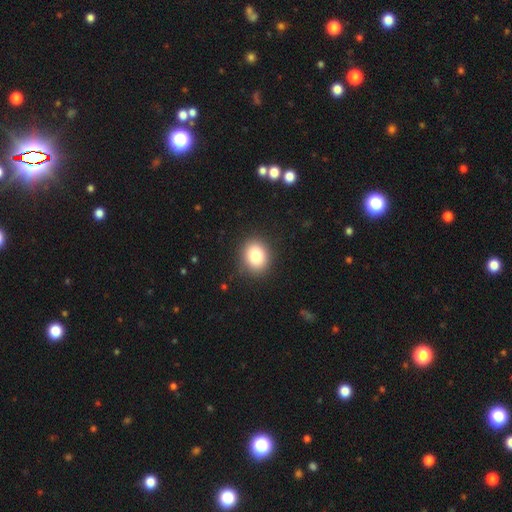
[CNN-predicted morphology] smooth_or_featured: smooth (p=0.80) [alt: star or artifact p=0.10]
how_rounded: round (p=0.63) [alt: in between p=0.37]
merging: none (p=0.89) [alt: minor disturbance p=0.08]